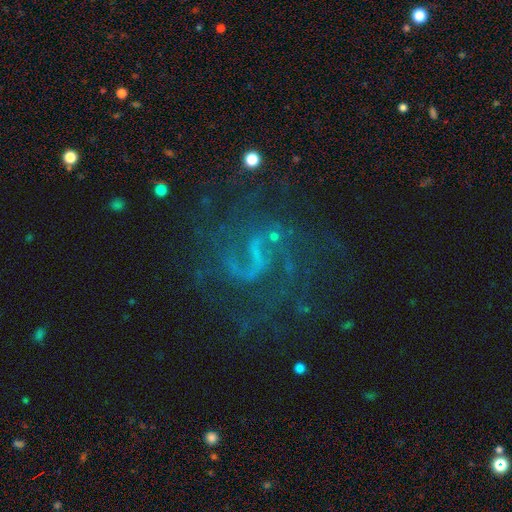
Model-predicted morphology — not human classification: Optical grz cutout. It shows a featured or disk galaxy (77%) with a weak bar (48%), 2 (53%) medium (44%) spiral arms (85%) and no central bulge (50%). Merging: none (58%).